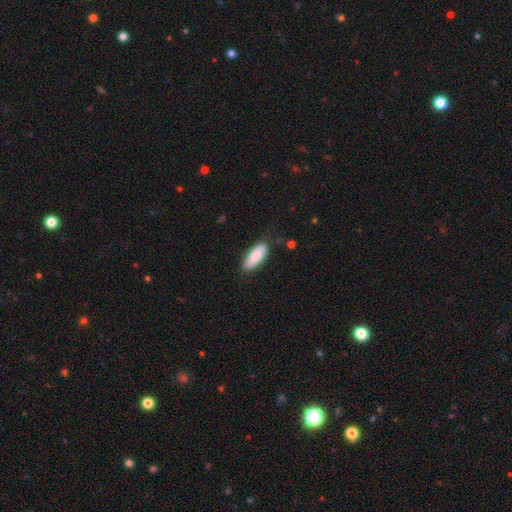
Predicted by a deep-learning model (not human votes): Morphology: type=smooth (82%); roundness=in between (74%); merging=none (83%).